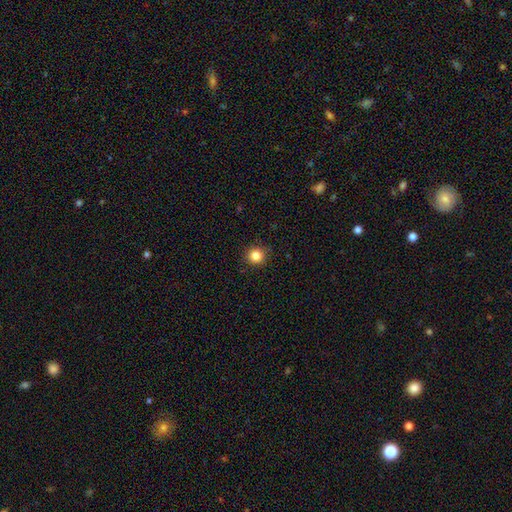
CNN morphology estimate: Smooth or featured?
  - smooth: 84% *
  - star or artifact: 12%
  - featured or disk: 5%
How rounded?
  - round: 94% *
  - in between: 6%
  - cigar-shaped: 1%
Merging?
  - none: 91% *
  - minor disturbance: 7%
  - major disturbance: 2%
  - merger: 1%